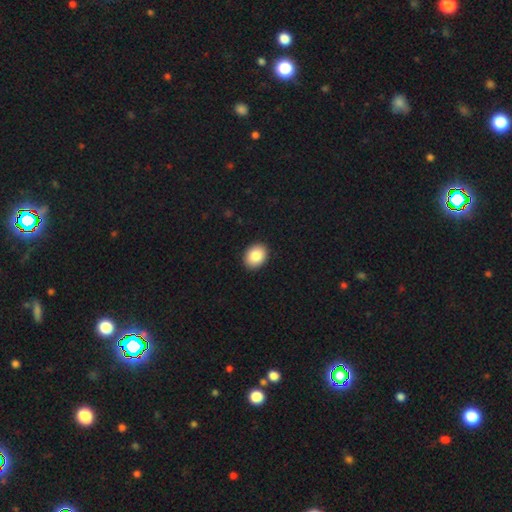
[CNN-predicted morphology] Smooth or featured?
  - smooth: 87% *
  - star or artifact: 8%
  - featured or disk: 6%
How rounded?
  - in between: 58% *
  - round: 41%
  - cigar-shaped: 1%
Merging?
  - none: 92% *
  - minor disturbance: 6%
  - major disturbance: 2%
  - merger: 1%